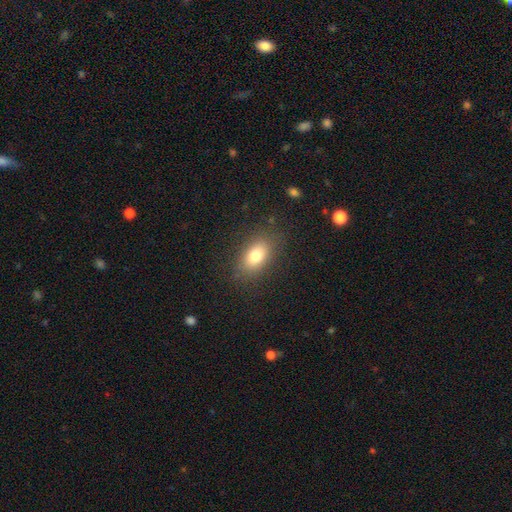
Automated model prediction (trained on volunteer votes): A smooth galaxy with no disk features (78%) that is in between round and cigar-shaped (86%). Merging: none (83%).